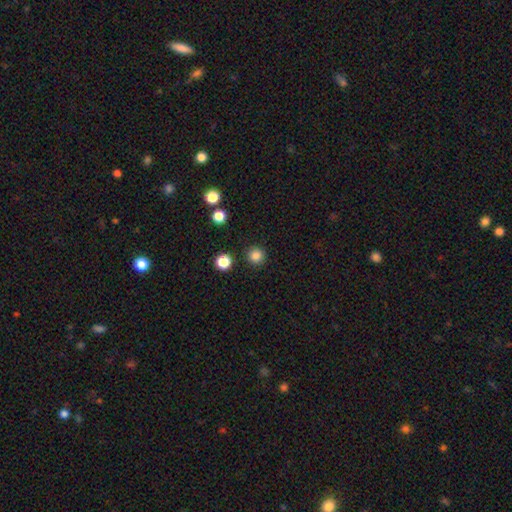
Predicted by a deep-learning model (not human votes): Overall: smooth (84%). How rounded: round (96%). Merging: none (92%).